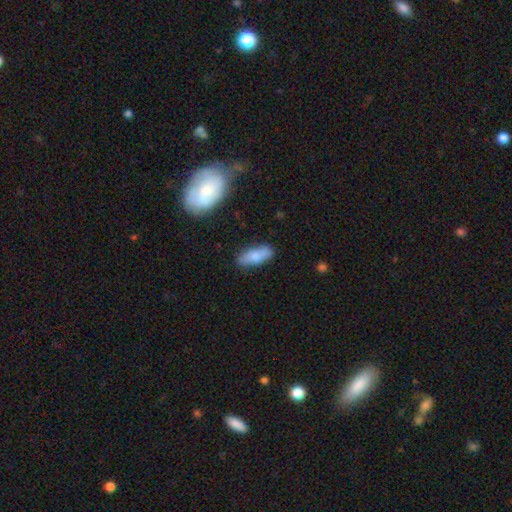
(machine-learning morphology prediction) Smooth or featured?
  - smooth: 80% *
  - featured or disk: 13%
  - star or artifact: 7%
How rounded?
  - in between: 69% *
  - cigar-shaped: 29%
  - round: 3%
Merging?
  - none: 78% *
  - minor disturbance: 16%
  - major disturbance: 3%
  - merger: 2%